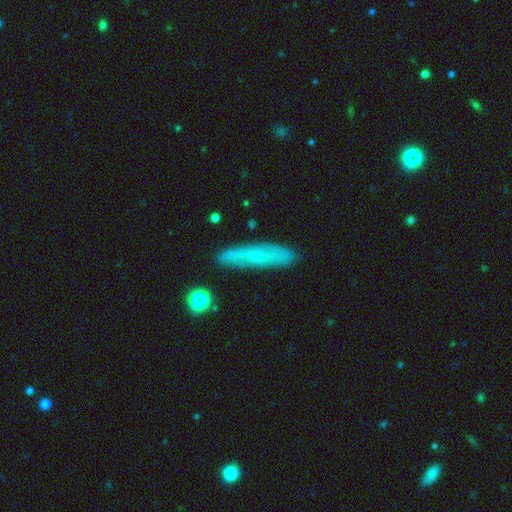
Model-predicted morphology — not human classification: smooth_or_featured: smooth (p=0.64) [alt: featured or disk p=0.27]
how_rounded: cigar-shaped (p=0.86) [alt: in between p=0.12]
merging: none (p=0.80) [alt: minor disturbance p=0.14]